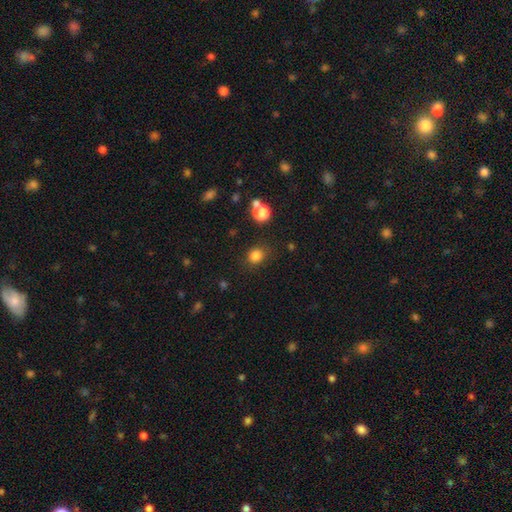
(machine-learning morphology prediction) A smooth galaxy with no disk features (82%) that is round (72%).

Vote fractions:
- Smooth or featured? smooth: 82% / star or artifact: 13% / featured or disk: 4%
- How rounded? round: 72% / in between: 27% / cigar-shaped: 1%
- Merging? none: 81% / minor disturbance: 12% / major disturbance: 4% / merger: 3%